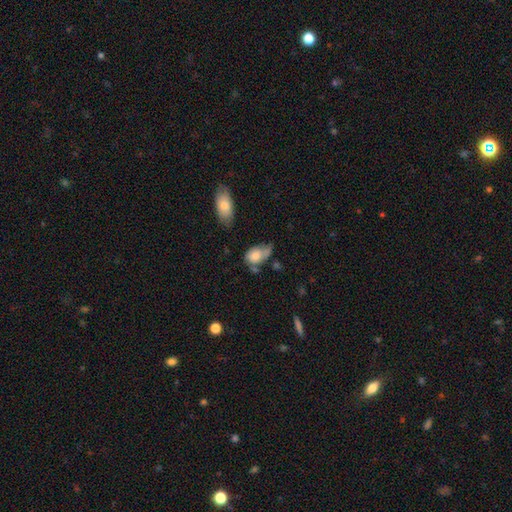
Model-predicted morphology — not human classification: The model was most divided on "merging": minor disturbance: 34%, major disturbance: 26%, none: 25%, merger: 15%. More confident: how rounded — in between (78%); smooth or featured — smooth (68%).